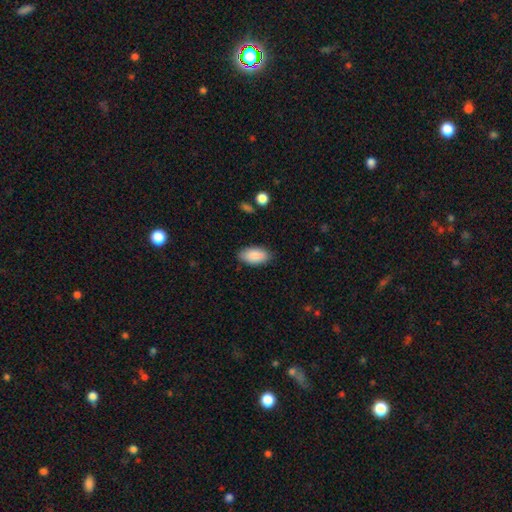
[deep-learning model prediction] Smooth or featured?
  - smooth: 88% *
  - featured or disk: 6%
  - star or artifact: 6%
How rounded?
  - in between: 93% *
  - cigar-shaped: 4%
  - round: 2%
Merging?
  - none: 84% *
  - minor disturbance: 13%
  - major disturbance: 3%
  - merger: 1%